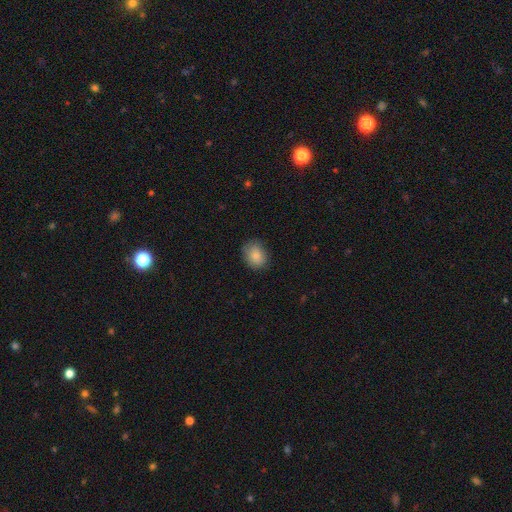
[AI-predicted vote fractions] Morphology: type=smooth (86%); roundness=in between (54%); merging=none (83%).